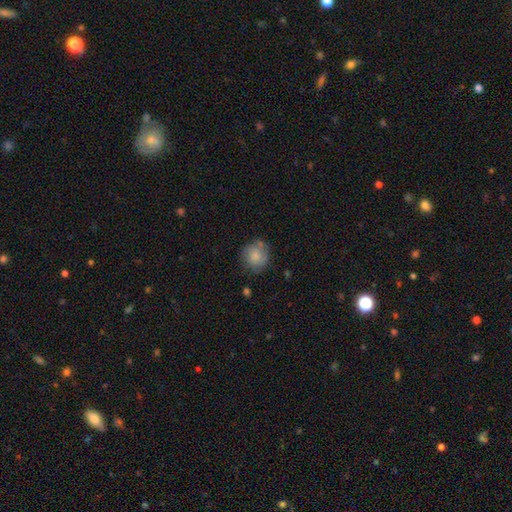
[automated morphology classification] smooth-or-featured: smooth: 77% | featured or disk: 15% | star or artifact: 8%
  how-rounded: round: 84% | in between: 15% | cigar-shaped: 1%
  merging: none: 67% | minor disturbance: 22% | major disturbance: 7% | merger: 5%